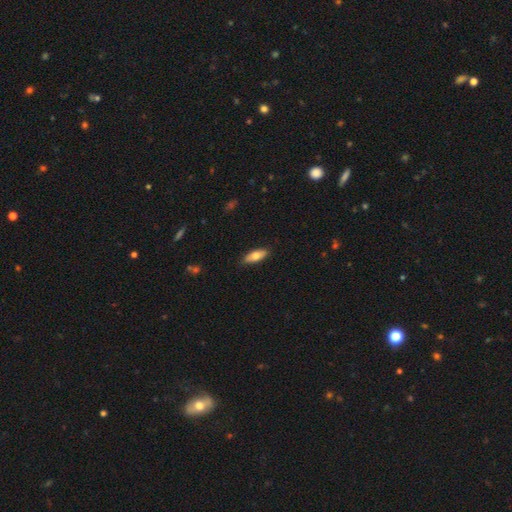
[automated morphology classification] Smooth or featured? Predicted: smooth (p=0.73). How rounded? Predicted: in between (p=0.72). Merging? Predicted: none (p=0.86).